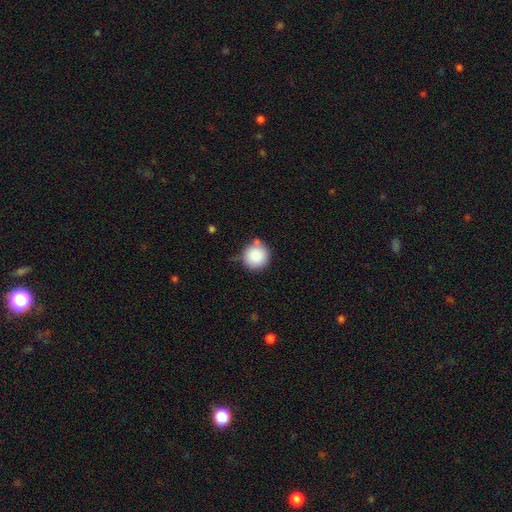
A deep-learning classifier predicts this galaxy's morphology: This is clearly a smooth galaxy (87%). How rounded: clearly round (94%). Merging: likely none (73%).